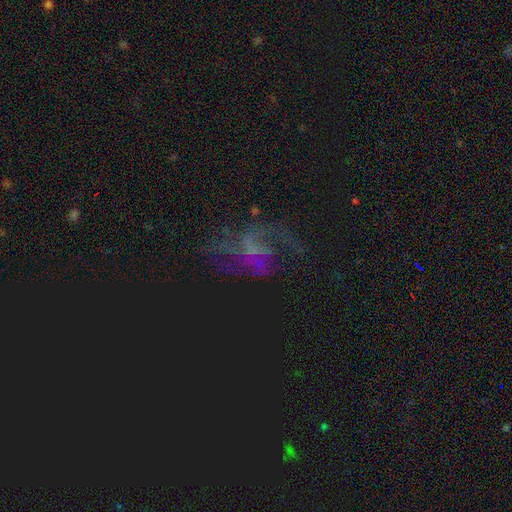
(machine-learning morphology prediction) smooth_or_featured: featured or disk (p=0.57) [alt: star or artifact p=0.30]
disk_edge_on: no (p=0.97) [alt: yes p=0.03]
bar: no (p=0.59) [alt: weak p=0.33]
has_spiral_arms: yes (p=0.75) [alt: no p=0.25]
bulge_size: none (p=0.49) [alt: small p=0.35]
merging: none (p=0.51) [alt: major disturbance p=0.29]